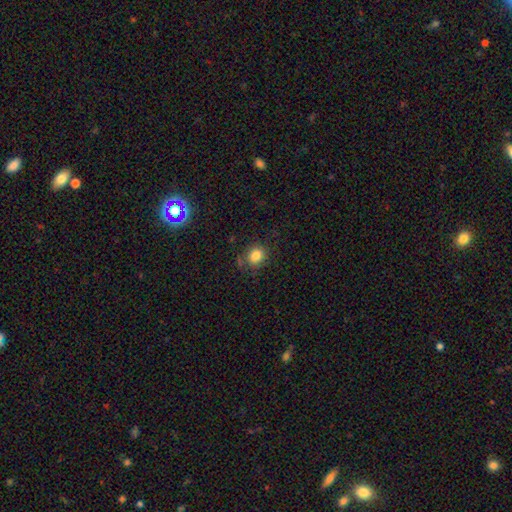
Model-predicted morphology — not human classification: This is clearly a smooth galaxy (83%). How rounded: likely round (67%). Merging: likely none (79%).